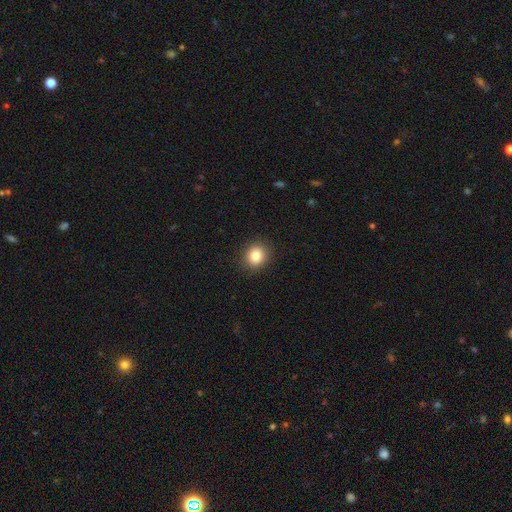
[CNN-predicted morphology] Smooth or featured?
  - smooth: 85% *
  - star or artifact: 10%
  - featured or disk: 5%
How rounded?
  - round: 74% *
  - in between: 25%
  - cigar-shaped: 1%
Merging?
  - none: 89% *
  - minor disturbance: 7%
  - major disturbance: 2%
  - merger: 1%